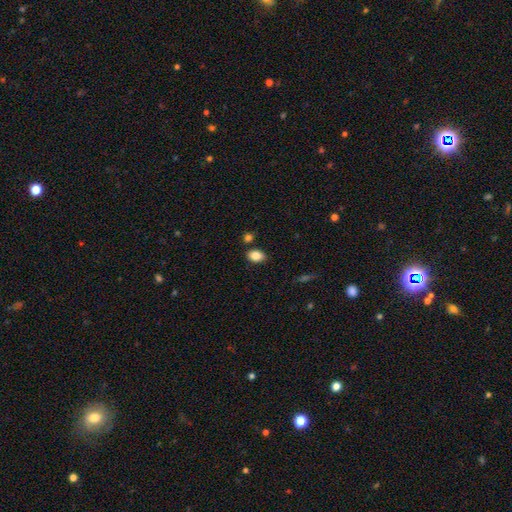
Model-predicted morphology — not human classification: smooth-or-featured: smooth: 85% | star or artifact: 9% | featured or disk: 6%
  how-rounded: in between: 84% | round: 15% | cigar-shaped: 1%
  merging: none: 83% | minor disturbance: 10% | merger: 5% | major disturbance: 2%